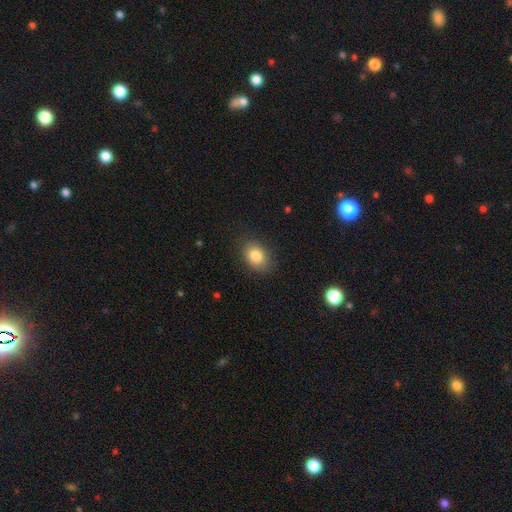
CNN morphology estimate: Smooth or featured? smooth (83%)
How rounded? in between (71%)
Merging? none (84%)